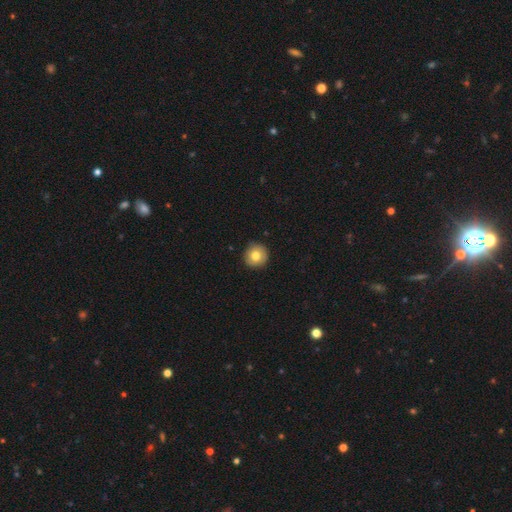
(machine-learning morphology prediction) smooth-or-featured: smooth: 78% | featured or disk: 13% | star or artifact: 9%
  how-rounded: round: 94% | in between: 5% | cigar-shaped: 1%
  merging: none: 90% | minor disturbance: 7% | major disturbance: 2% | merger: 1%